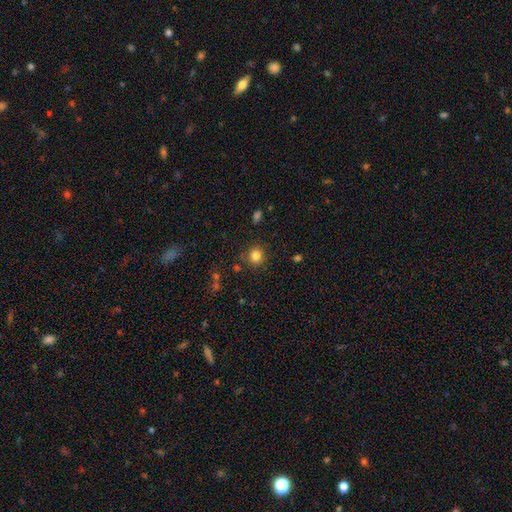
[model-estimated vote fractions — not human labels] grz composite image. It shows a smooth galaxy with no disk features (83%) that is round (87%). Merging: none (85%).